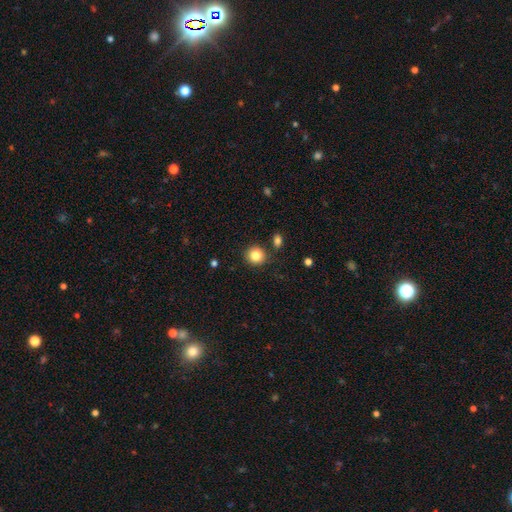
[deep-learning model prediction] Overall: smooth (84%). How rounded: round (91%). Merging: none (86%).